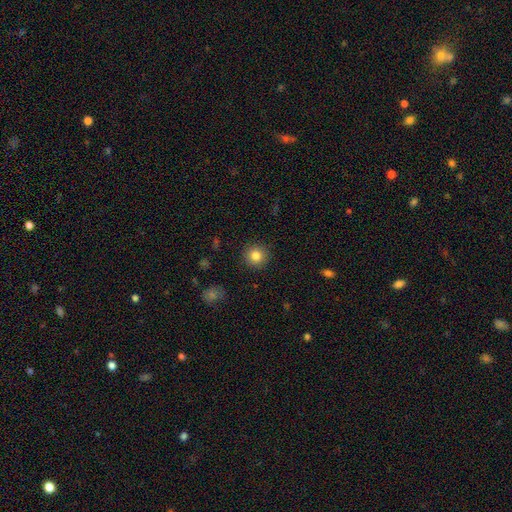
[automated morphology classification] Smooth or featured: smooth — 83% (star or artifact — 11%)
How rounded: round — 94% (in between — 5%)
Merging: none — 91% (minor disturbance — 5%)